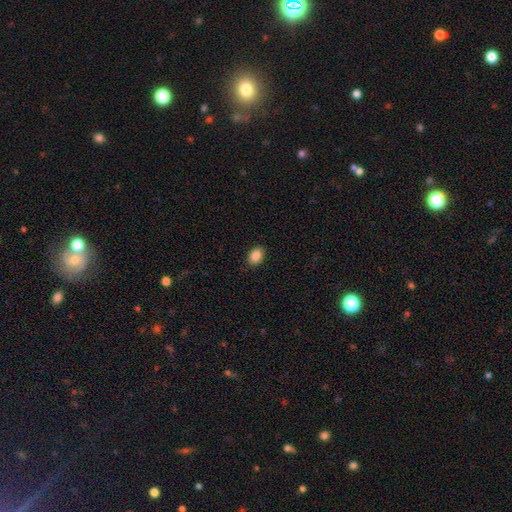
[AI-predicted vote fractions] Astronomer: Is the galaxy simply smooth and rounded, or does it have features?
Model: smooth — 87%.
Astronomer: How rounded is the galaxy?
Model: in between — 78%.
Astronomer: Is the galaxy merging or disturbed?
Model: none — 89%.